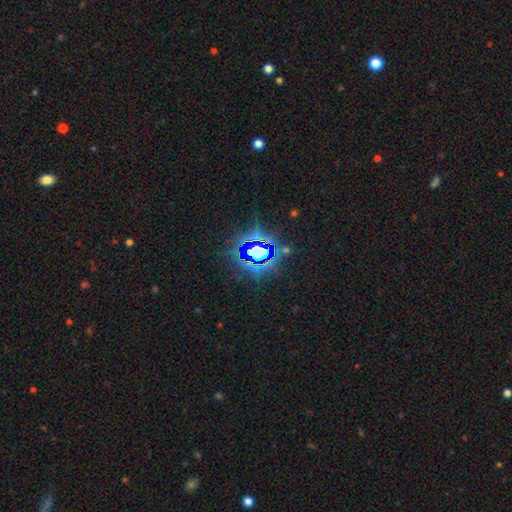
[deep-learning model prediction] A star or artifact, not a galaxy (86%).